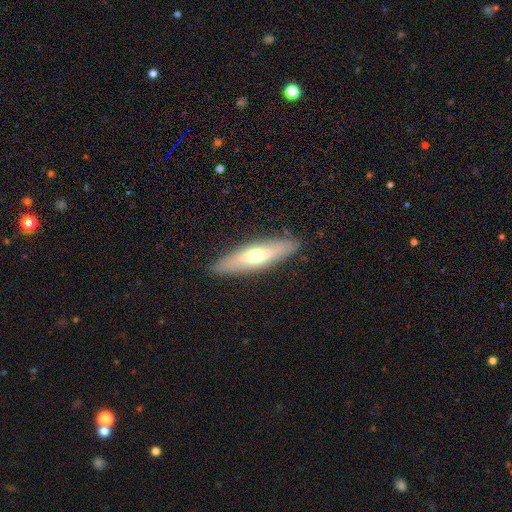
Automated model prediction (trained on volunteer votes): Smooth or featured? Predicted: smooth (p=0.48). Merging? Predicted: none (p=0.88).